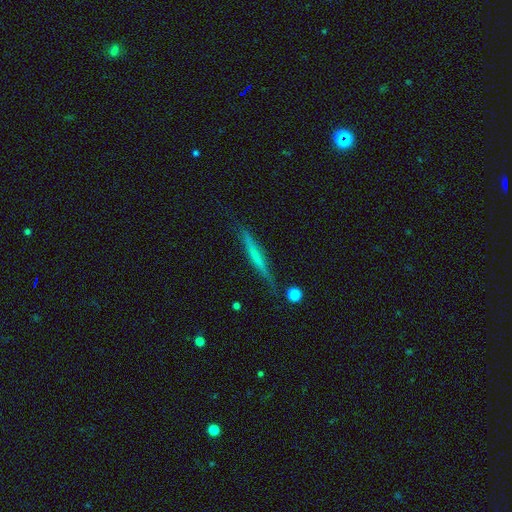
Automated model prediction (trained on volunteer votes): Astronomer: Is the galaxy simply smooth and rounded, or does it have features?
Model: featured or disk — 50% (runner-up: smooth, 43%).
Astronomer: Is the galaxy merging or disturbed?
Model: none — 82%.